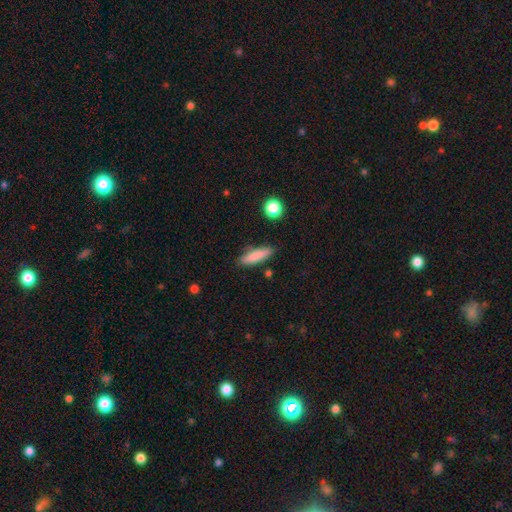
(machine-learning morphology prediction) smooth 83%, featured or disk 10%, star or artifact 7%. Down the decision tree: how rounded — cigar-shaped (68%); merging — none (84%).